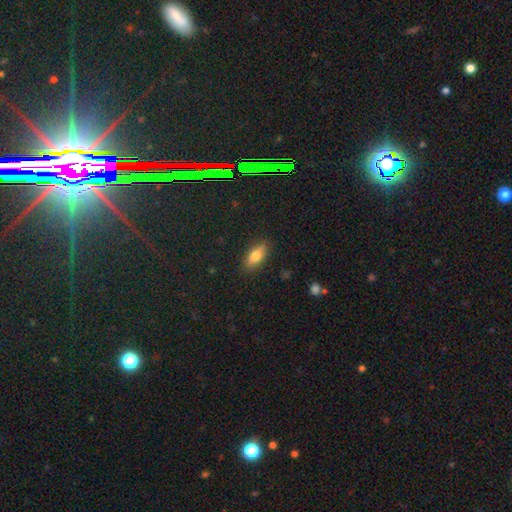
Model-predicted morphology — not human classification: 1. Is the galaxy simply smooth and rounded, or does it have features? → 72% smooth, 20% featured or disk, 8% star or artifact.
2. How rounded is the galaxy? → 75% in between, 21% cigar-shaped, 4% round.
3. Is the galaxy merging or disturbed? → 87% none, 9% minor disturbance, 2% major disturbance, 1% merger.